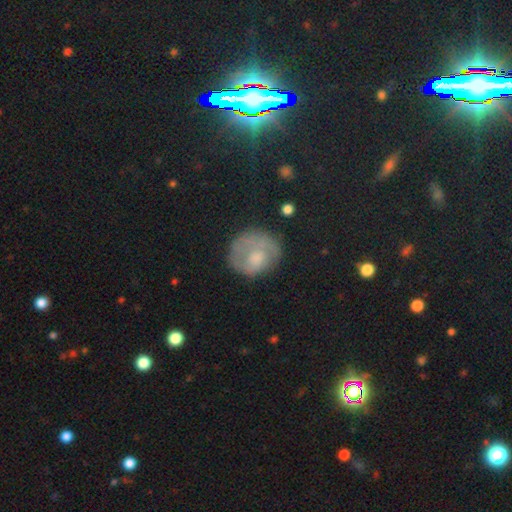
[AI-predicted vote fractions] smooth_or_featured: smooth (p=0.55) [alt: featured or disk p=0.35]
how_rounded: round (p=0.74) [alt: in between p=0.25]
merging: none (p=0.55) [alt: minor disturbance p=0.25]